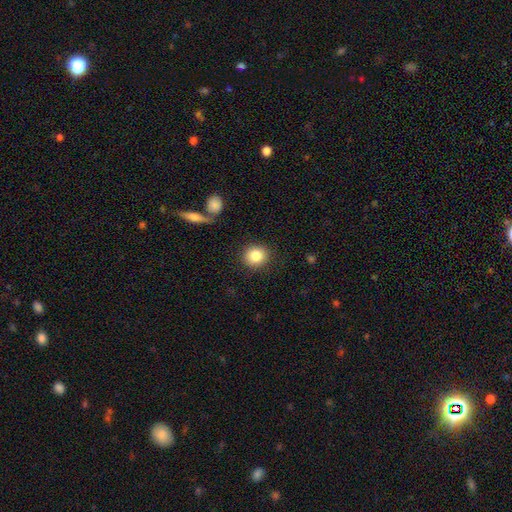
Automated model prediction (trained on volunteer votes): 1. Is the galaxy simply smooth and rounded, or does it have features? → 84% smooth, 9% star or artifact, 7% featured or disk.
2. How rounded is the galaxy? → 82% round, 17% in between, 1% cigar-shaped.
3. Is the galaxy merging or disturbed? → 88% none, 8% minor disturbance, 3% major disturbance, 2% merger.